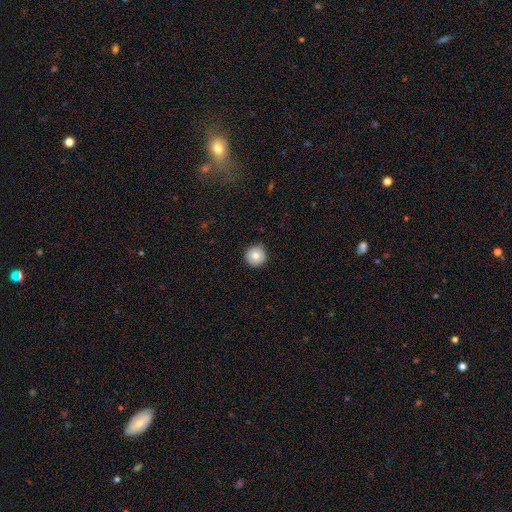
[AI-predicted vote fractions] Smooth or featured?
  - smooth: 82% *
  - featured or disk: 10%
  - star or artifact: 8%
How rounded?
  - round: 97% *
  - in between: 2%
  - cigar-shaped: 1%
Merging?
  - none: 92% *
  - minor disturbance: 5%
  - major disturbance: 1%
  - merger: 1%